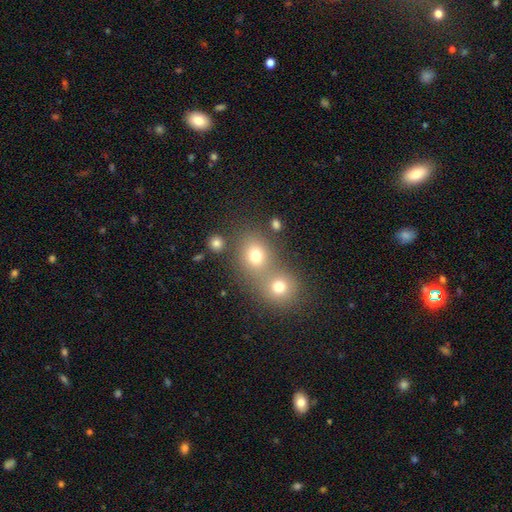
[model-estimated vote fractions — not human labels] This appears to be a smooth galaxy with no disk features (75%) that is round (70%). Merging: merger (48%).